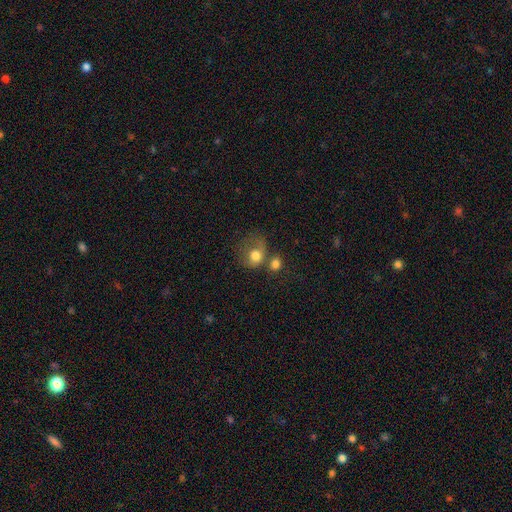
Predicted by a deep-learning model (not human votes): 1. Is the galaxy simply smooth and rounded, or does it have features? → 73% smooth, 17% featured or disk, 9% star or artifact.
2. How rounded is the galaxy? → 63% round, 36% in between, 1% cigar-shaped.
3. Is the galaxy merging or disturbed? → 33% merger, 29% none, 20% major disturbance, 17% minor disturbance.